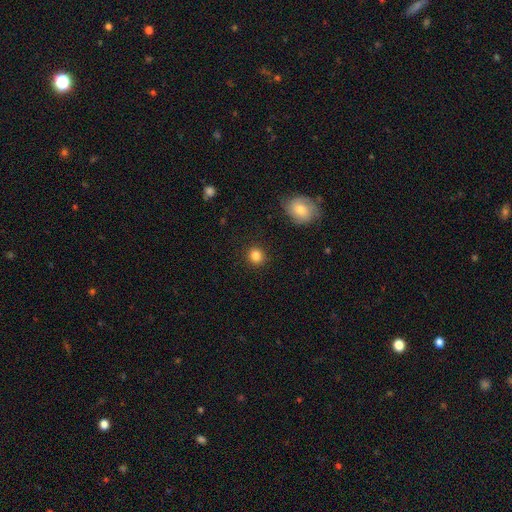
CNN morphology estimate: A smooth galaxy with no disk features (85%) that is round (87%).

Vote fractions:
- Smooth or featured? smooth: 85% / star or artifact: 11% / featured or disk: 4%
- How rounded? round: 87% / in between: 12% / cigar-shaped: 1%
- Merging? none: 90% / minor disturbance: 6% / major disturbance: 2% / merger: 1%